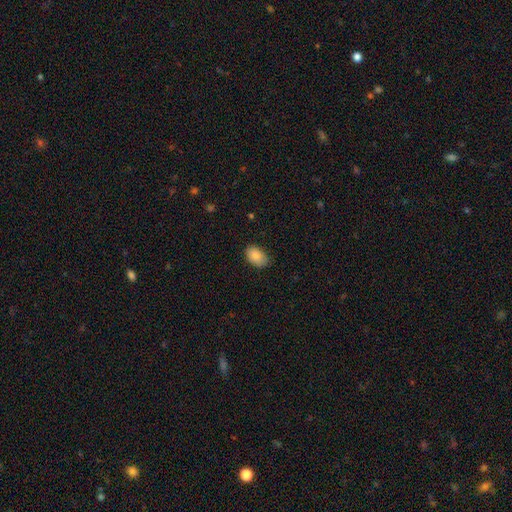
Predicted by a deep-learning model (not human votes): Smooth or featured? smooth (87%)
How rounded? in between (89%)
Merging? none (80%)